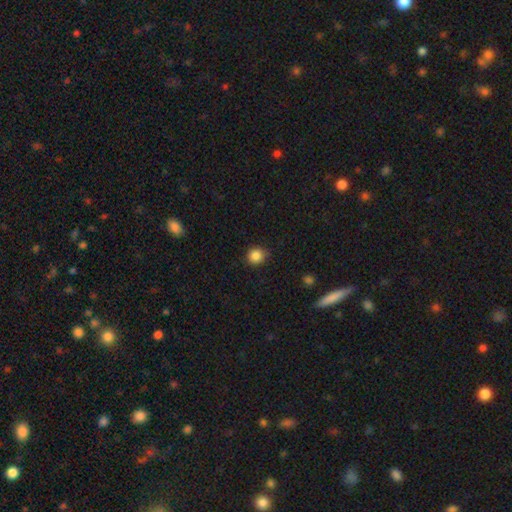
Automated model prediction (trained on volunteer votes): smooth 86%, star or artifact 10%, featured or disk 4%. Down the decision tree: how rounded — round (84%); merging — none (82%).